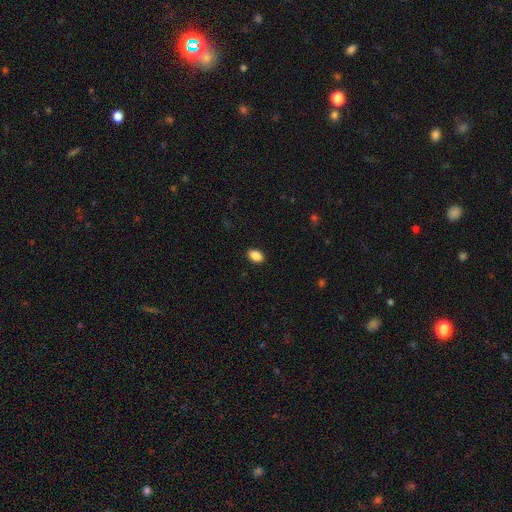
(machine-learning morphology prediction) Q: Smooth or featured?
A: smooth (88%); runner-up: star or artifact (9%)
Q: How rounded?
A: in between (81%); runner-up: round (17%)
Q: Merging?
A: none (90%); runner-up: minor disturbance (7%)